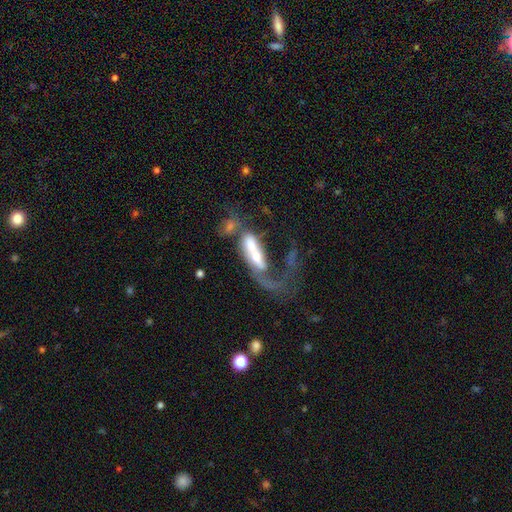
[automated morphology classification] Smooth or featured: featured or disk — 58% (smooth — 33%)
Edge-on disk: no — 82% (yes — 18%)
Merging: merger — 44% (major disturbance — 36%)